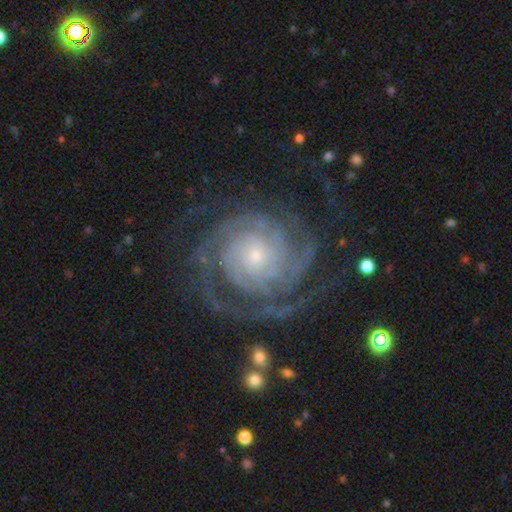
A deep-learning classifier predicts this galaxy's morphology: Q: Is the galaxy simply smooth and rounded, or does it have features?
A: featured or disk — 91%.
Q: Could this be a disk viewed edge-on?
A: no — 98%.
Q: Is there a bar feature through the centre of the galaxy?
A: no — 75%.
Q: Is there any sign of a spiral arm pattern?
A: yes — 98%.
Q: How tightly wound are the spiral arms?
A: tight — 77%.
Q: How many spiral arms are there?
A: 2 — 24%.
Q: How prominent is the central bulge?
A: small — 74%.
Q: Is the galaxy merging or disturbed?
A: none — 75%.